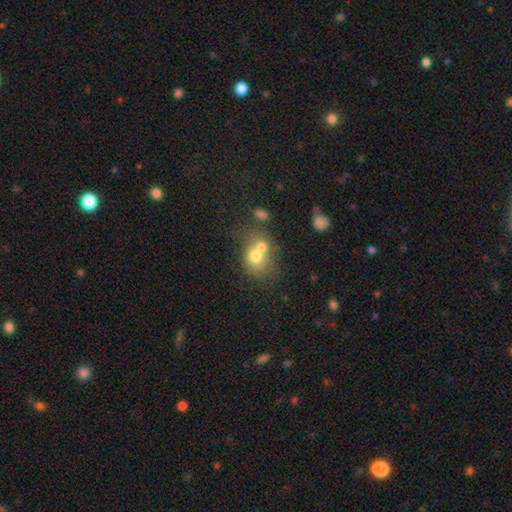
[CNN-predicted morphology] This appears to be a smooth galaxy with no disk features (67%) that is round (63%). Merging: merger (62%).